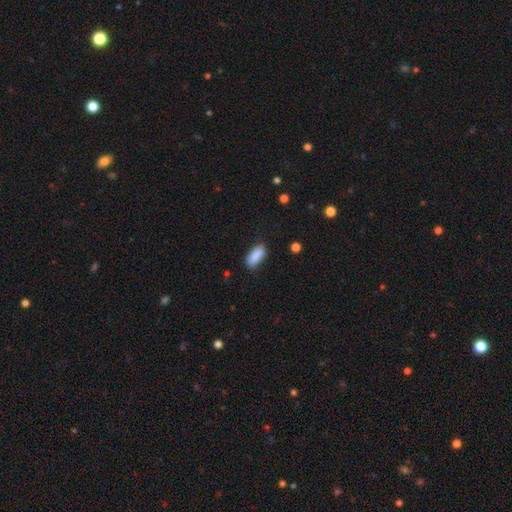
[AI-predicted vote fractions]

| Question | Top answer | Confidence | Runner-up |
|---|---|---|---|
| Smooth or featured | smooth | 88% | star or artifact (7%) |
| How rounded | in between | 76% | cigar-shaped (21%) |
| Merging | none | 79% | minor disturbance (16%) |